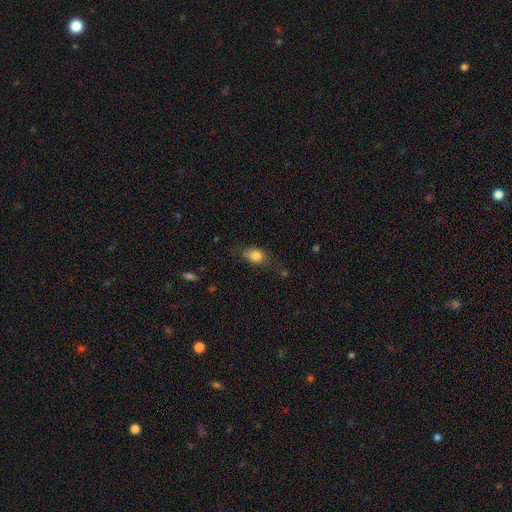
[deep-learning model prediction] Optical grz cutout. It shows a smooth galaxy with no disk features (79%) that is in between round and cigar-shaped (58%). Merging: none (61%).